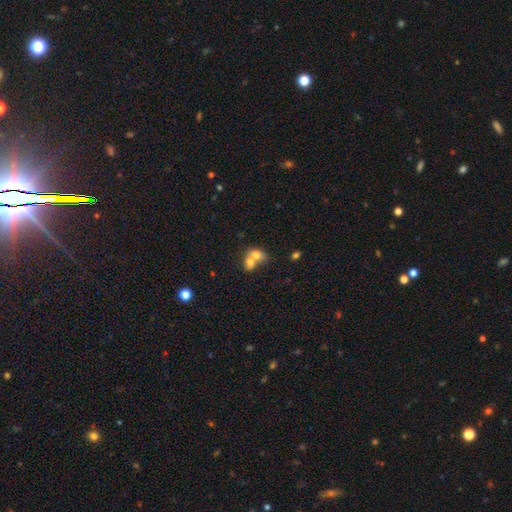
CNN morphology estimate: This is likely a smooth galaxy (73%). How rounded: likely in between (69%). Merging: likely merger (74%).